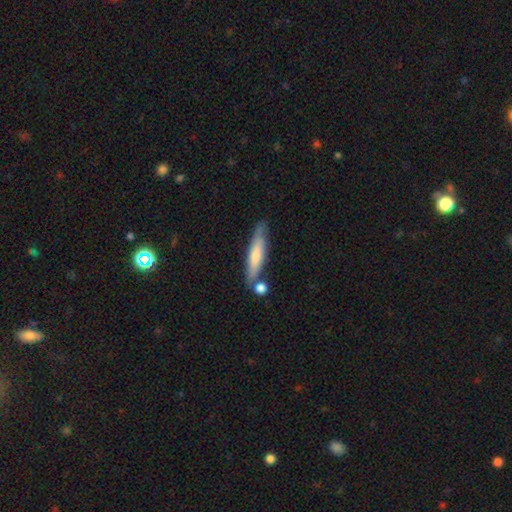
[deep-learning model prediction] Q: Smooth or featured?
A: smooth (66%); runner-up: featured or disk (28%)
Q: How rounded?
A: cigar-shaped (85%); runner-up: in between (14%)
Q: Merging?
A: none (68%); runner-up: minor disturbance (16%)